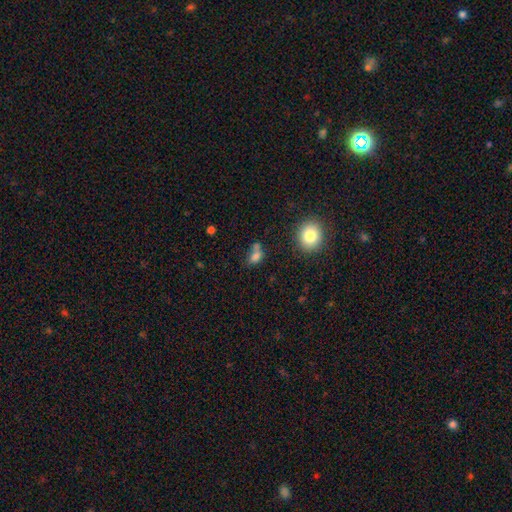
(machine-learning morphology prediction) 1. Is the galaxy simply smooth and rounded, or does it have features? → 74% smooth, 14% star or artifact, 12% featured or disk.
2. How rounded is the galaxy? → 68% in between, 28% round, 4% cigar-shaped.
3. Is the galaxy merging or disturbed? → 38% none, 36% merger, 16% minor disturbance, 10% major disturbance.